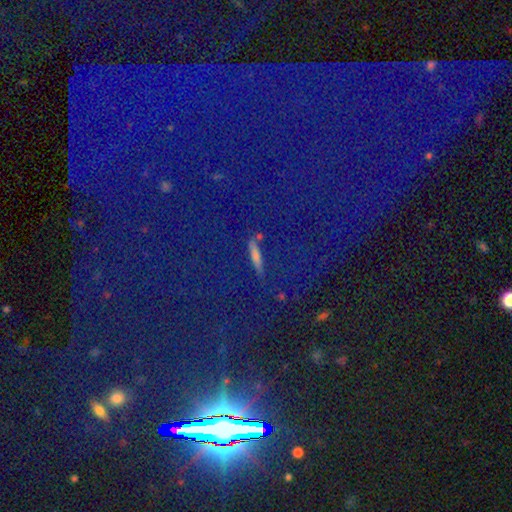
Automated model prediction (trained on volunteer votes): Q: Smooth or featured?
A: star or artifact (38%); runner-up: smooth (35%)